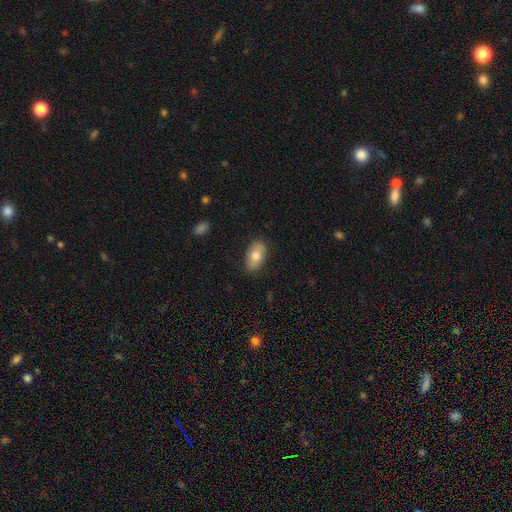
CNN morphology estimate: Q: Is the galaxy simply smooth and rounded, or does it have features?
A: smooth — 77%.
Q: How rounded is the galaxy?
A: in between — 92%.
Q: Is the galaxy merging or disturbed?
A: none — 82%.